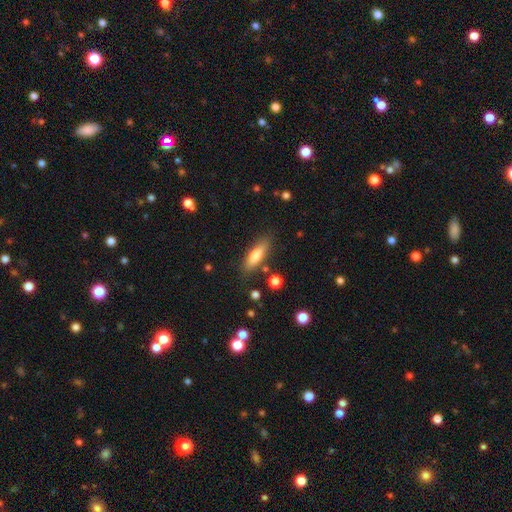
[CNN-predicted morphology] Smooth or featured: smooth — 75% (featured or disk — 18%)
How rounded: cigar-shaped — 53% (in between — 44%)
Merging: none — 82% (minor disturbance — 12%)